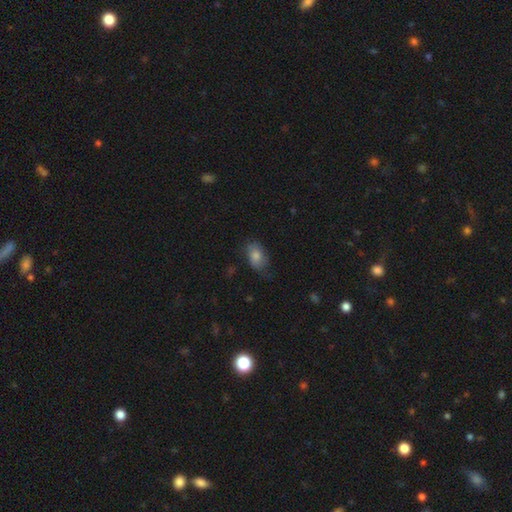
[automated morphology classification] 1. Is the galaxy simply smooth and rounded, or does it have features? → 72% smooth, 16% featured or disk, 12% star or artifact.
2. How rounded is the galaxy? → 83% in between, 15% round, 2% cigar-shaped.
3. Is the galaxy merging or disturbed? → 66% none, 25% minor disturbance, 8% major disturbance, 1% merger.